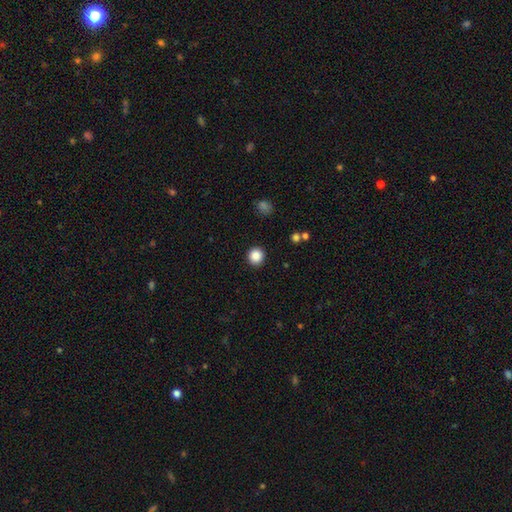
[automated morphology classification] Smooth or featured?
  - smooth: 87% *
  - star or artifact: 10%
  - featured or disk: 3%
How rounded?
  - round: 94% *
  - in between: 5%
  - cigar-shaped: 1%
Merging?
  - none: 92% *
  - minor disturbance: 5%
  - major disturbance: 2%
  - merger: 1%